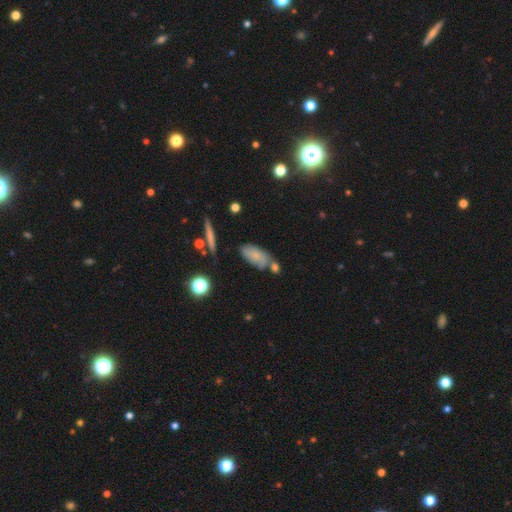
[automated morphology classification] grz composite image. It shows a smooth galaxy with no disk features (66%) that is in between round and cigar-shaped (84%). Merging: none (52%).